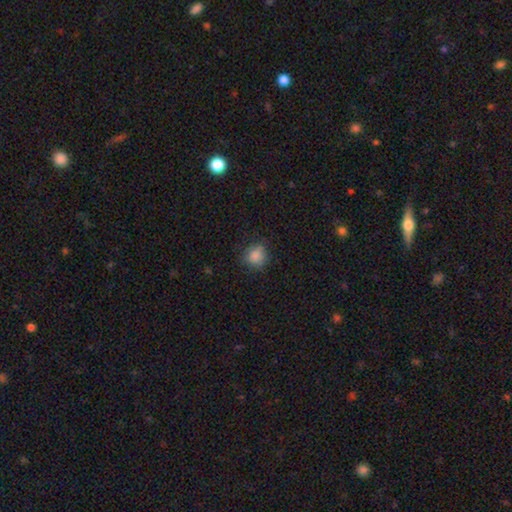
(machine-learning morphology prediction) This is clearly a smooth galaxy (85%). How rounded: clearly round (85%). Merging: likely none (79%).